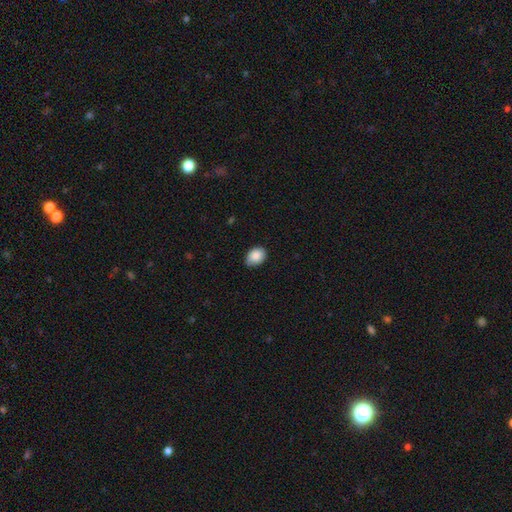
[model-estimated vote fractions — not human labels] smooth-or-featured: smooth: 88% | star or artifact: 7% | featured or disk: 5%
  how-rounded: in between: 73% | round: 26% | cigar-shaped: 1%
  merging: none: 71% | minor disturbance: 24% | major disturbance: 3% | merger: 1%